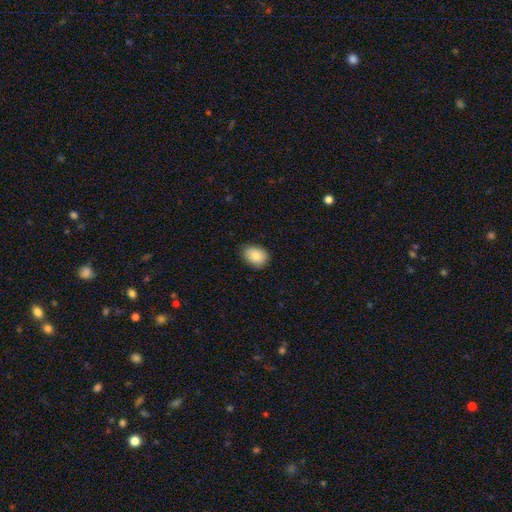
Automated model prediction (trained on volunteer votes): The model was most divided on "how rounded": in between: 72%, round: 27%, cigar-shaped: 1%. More confident: smooth or featured — smooth (85%); merging — none (79%).